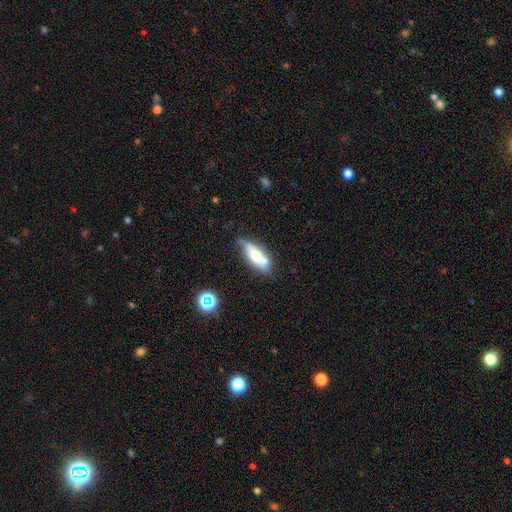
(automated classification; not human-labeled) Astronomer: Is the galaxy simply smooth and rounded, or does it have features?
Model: smooth — 57% (runner-up: featured or disk, 35%).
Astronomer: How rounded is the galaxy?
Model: in between — 66%.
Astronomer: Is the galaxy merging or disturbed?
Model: none — 47% (runner-up: minor disturbance, 28%).